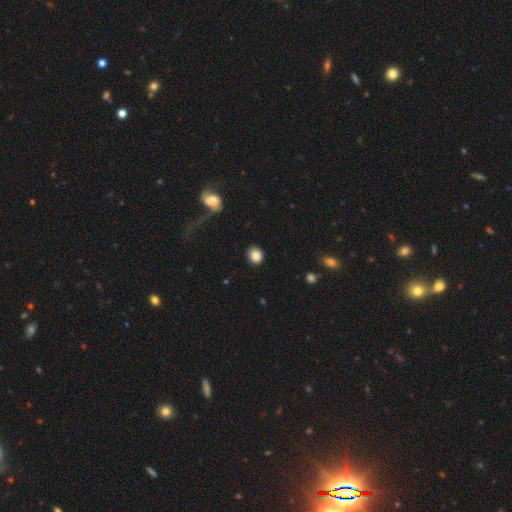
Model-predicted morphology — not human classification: This appears to be a smooth galaxy with no disk features (86%) that is round (61%). Merging: none (89%).